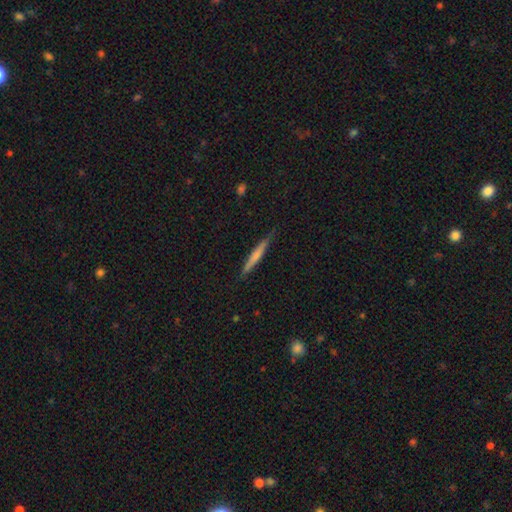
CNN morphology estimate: This appears to be a smooth galaxy with no disk features (54%) that is cigar-shaped (95%). Merging: none (84%).